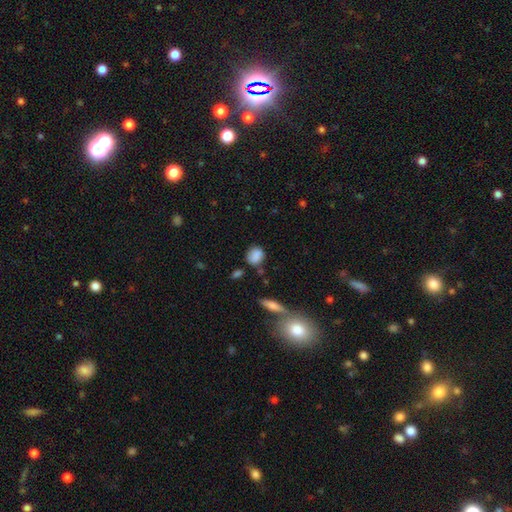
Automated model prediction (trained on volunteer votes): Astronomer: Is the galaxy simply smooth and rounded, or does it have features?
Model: smooth — 83%.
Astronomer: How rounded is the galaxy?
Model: round — 55% (runner-up: in between, 43%).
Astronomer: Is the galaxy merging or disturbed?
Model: none — 65%.